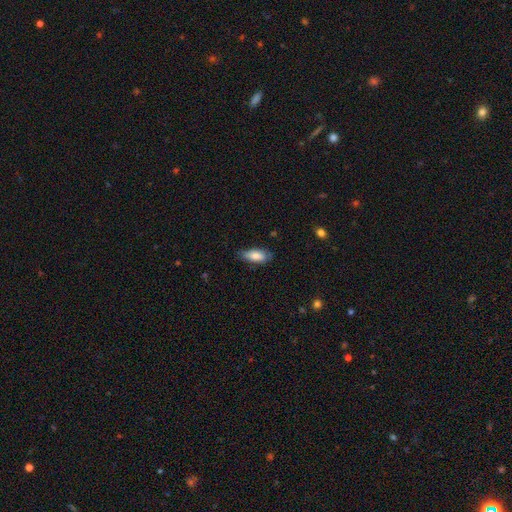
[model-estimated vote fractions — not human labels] Smooth or featured? Predicted: smooth (p=0.79). How rounded? Predicted: in between (p=0.82). Merging? Predicted: none (p=0.72).